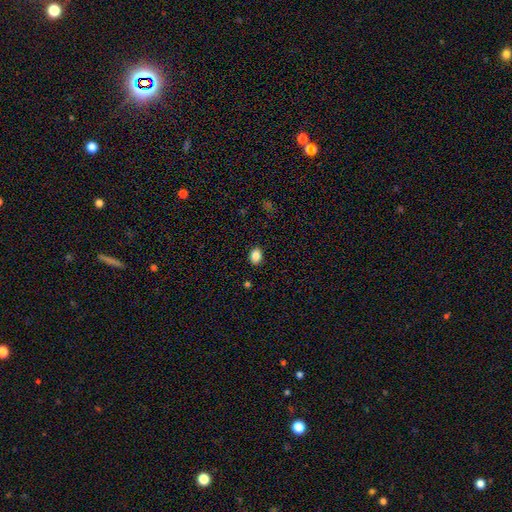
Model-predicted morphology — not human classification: Smooth or featured? Predicted: smooth (p=0.87). How rounded? Predicted: in between (p=0.65). Merging? Predicted: none (p=0.89).